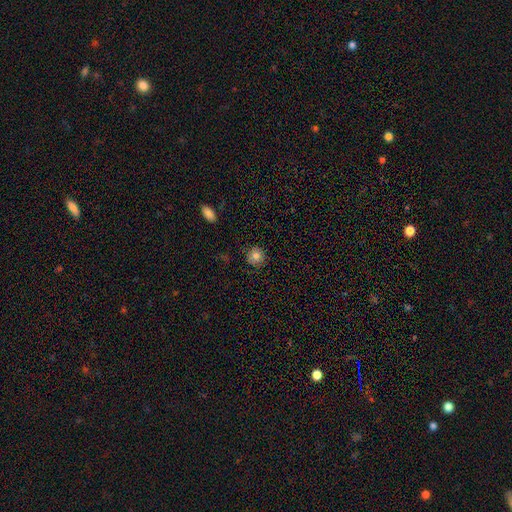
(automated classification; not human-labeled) The model was most divided on "smooth or featured": smooth: 81%, star or artifact: 11%, featured or disk: 9%. More confident: how rounded — round (91%); merging — none (86%).